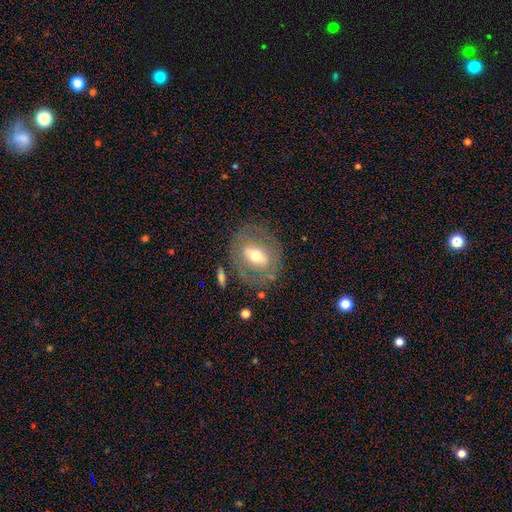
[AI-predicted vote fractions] Morphology: type=featured or disk (54%); edge-on=no (91%); merging=none (73%).